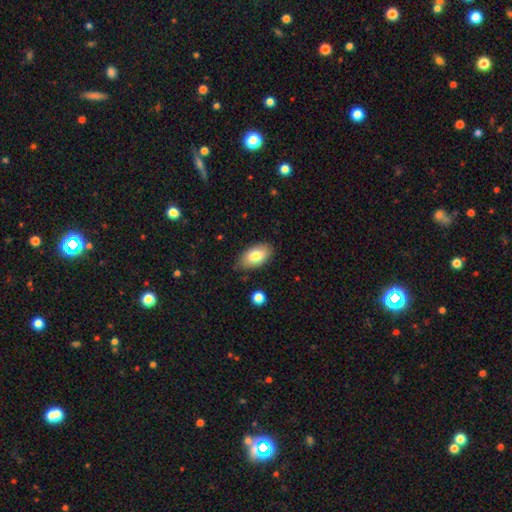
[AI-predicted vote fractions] smooth 80%, featured or disk 13%, star or artifact 7%. Down the decision tree: how rounded — in between (93%); merging — none (80%).